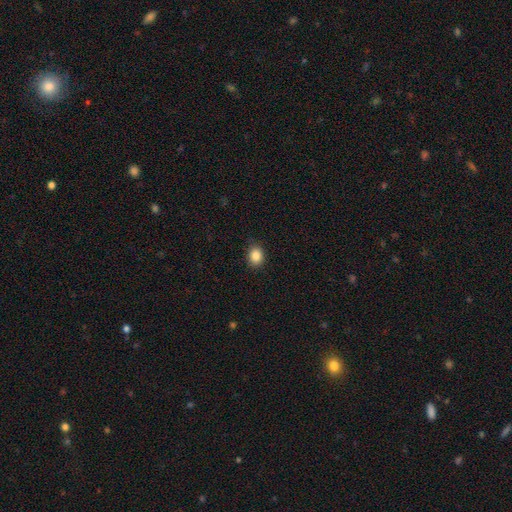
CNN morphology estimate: This is clearly a smooth galaxy (86%). How rounded: possibly round (53%). Merging: clearly none (87%).